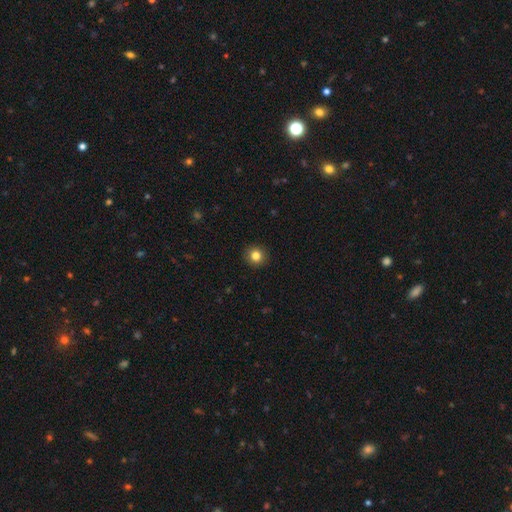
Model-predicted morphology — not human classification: This appears to be a smooth galaxy with no disk features (83%) that is round (93%). Merging: none (93%).